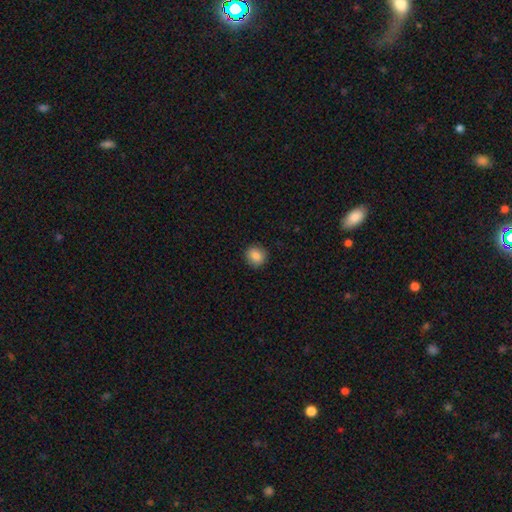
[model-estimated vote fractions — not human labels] smooth 86%, star or artifact 9%, featured or disk 5%. Down the decision tree: how rounded — round (85%); merging — none (91%).